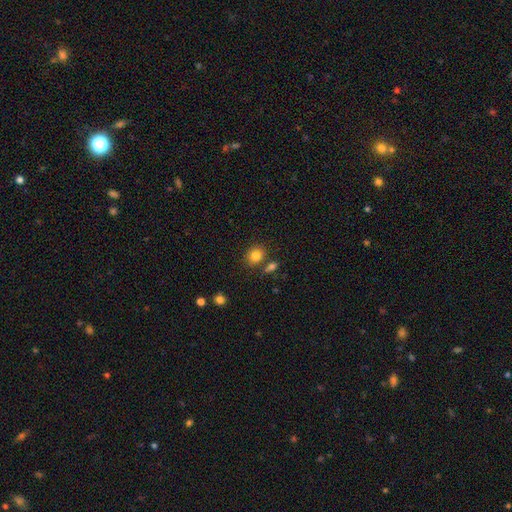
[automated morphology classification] smooth 83%, star or artifact 11%, featured or disk 6%. Down the decision tree: how rounded — round (64%); merging — none (74%).